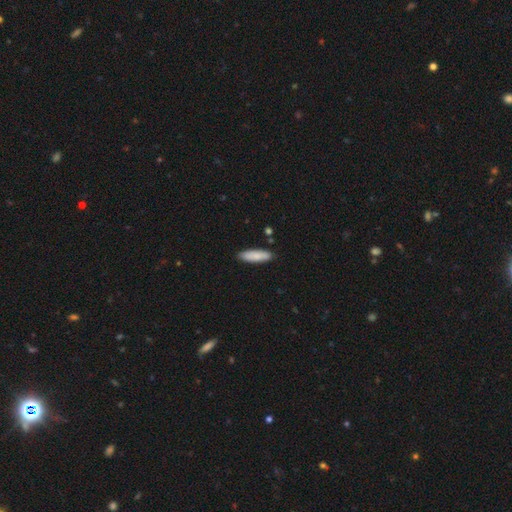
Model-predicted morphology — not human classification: Smooth or featured?
  - smooth: 84% *
  - featured or disk: 10%
  - star or artifact: 6%
How rounded?
  - cigar-shaped: 59% *
  - in between: 40%
  - round: 2%
Merging?
  - none: 87% *
  - minor disturbance: 10%
  - merger: 2%
  - major disturbance: 2%